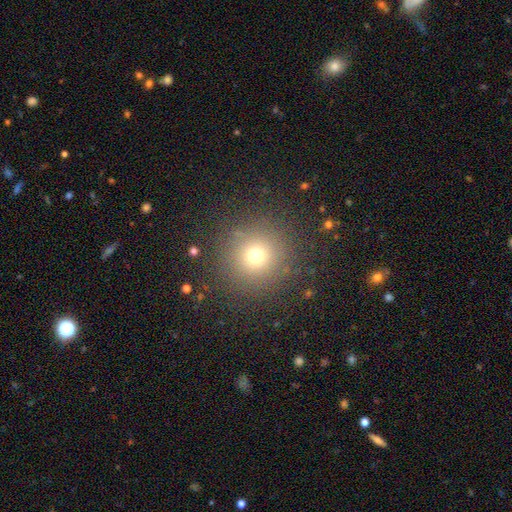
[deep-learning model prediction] smooth 70%, star or artifact 20%, featured or disk 10%. Down the decision tree: how rounded — round (95%); merging — none (87%).